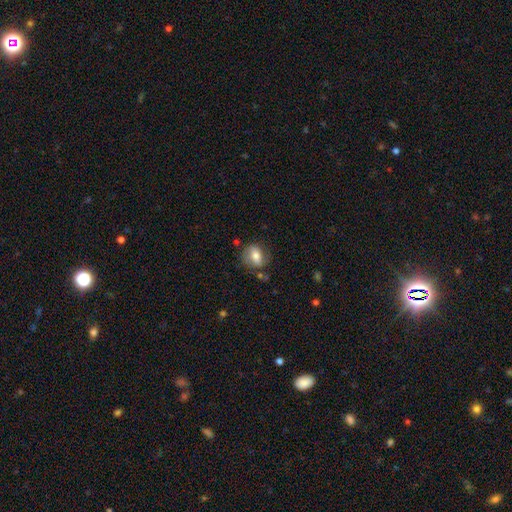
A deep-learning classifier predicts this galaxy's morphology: Smooth or featured?
  - smooth: 64% *
  - featured or disk: 28%
  - star or artifact: 8%
How rounded?
  - in between: 65% *
  - round: 32%
  - cigar-shaped: 4%
Merging?
  - none: 65% *
  - minor disturbance: 21%
  - major disturbance: 8%
  - merger: 5%